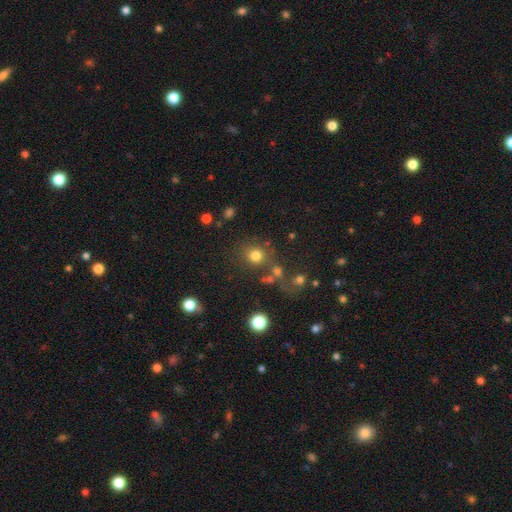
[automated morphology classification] Overall: smooth (77%). How rounded: round (87%). Merging: none (72%).